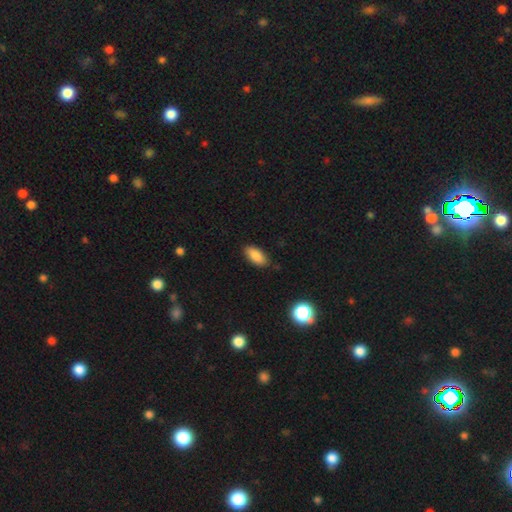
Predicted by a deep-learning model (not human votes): Smooth or featured? smooth (86%)
How rounded? in between (89%)
Merging? none (83%)